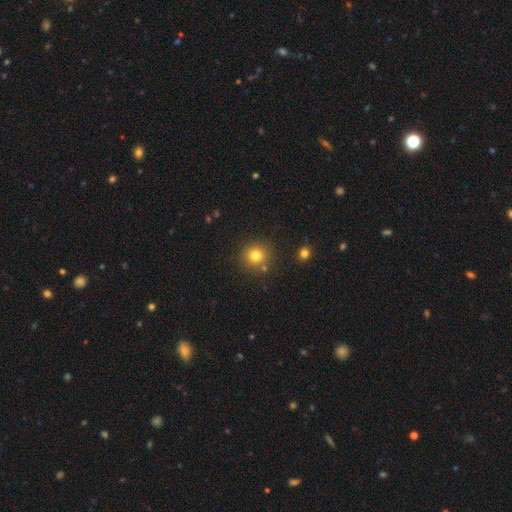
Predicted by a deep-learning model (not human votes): Morphology: type=smooth (79%); roundness=round (92%); merging=none (84%).